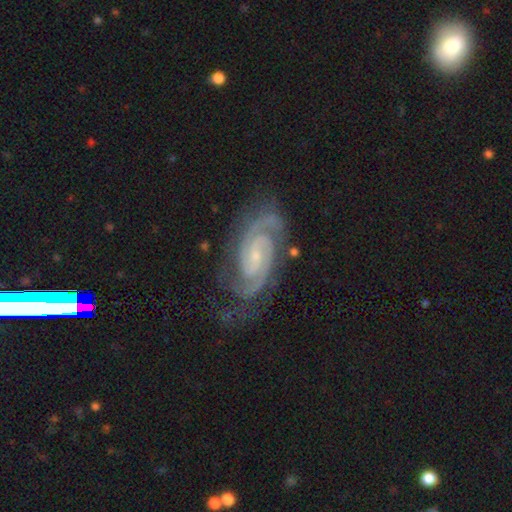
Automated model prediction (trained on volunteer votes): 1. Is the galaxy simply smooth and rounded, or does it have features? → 91% featured or disk, 5% star or artifact, 3% smooth.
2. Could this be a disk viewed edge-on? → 97% no, 3% yes.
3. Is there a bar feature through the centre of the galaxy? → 45% no, 40% weak, 15% strong.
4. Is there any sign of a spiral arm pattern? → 99% yes, 1% no.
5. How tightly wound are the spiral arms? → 65% tight, 31% medium, 4% loose.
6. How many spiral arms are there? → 85% 2, 6% 3, 3% can't tell, 2% 4, 2% 1, 2% more than 4.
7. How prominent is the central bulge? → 75% small, 16% moderate, 7% none, 1% large, 1% dominant.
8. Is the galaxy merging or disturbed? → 77% none, 16% minor disturbance, 5% major disturbance, 2% merger.